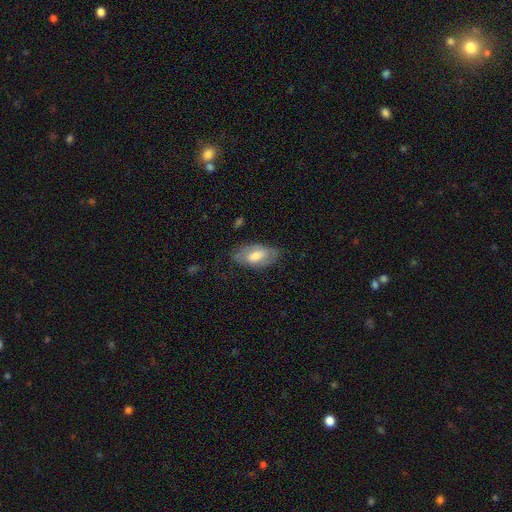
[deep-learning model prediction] This appears to be a smooth galaxy with no disk features (55%) that is in between round and cigar-shaped (92%). Merging: none (70%).